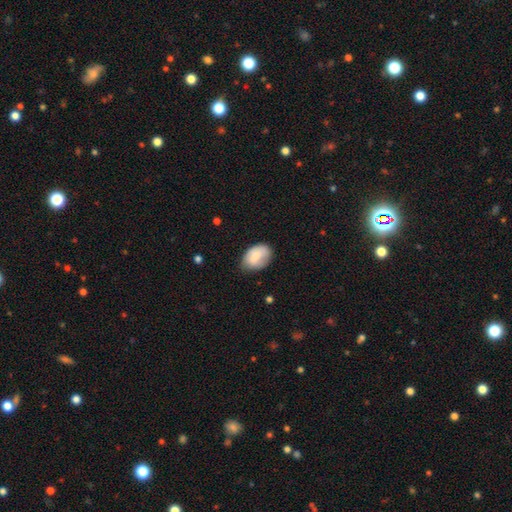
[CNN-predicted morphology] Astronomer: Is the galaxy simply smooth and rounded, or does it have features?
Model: smooth — 78%.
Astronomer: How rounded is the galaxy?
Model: in between — 86%.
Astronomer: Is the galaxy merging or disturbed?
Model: none — 60%.